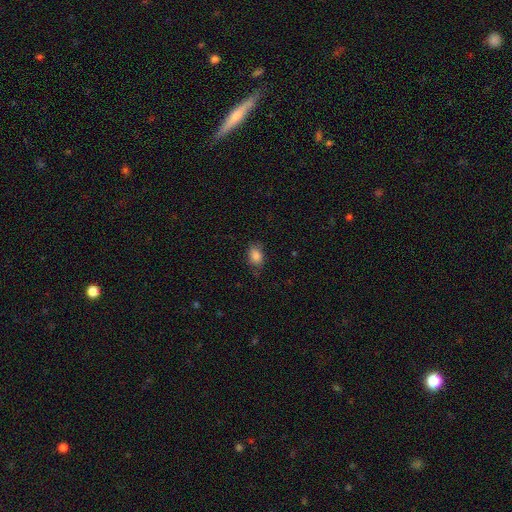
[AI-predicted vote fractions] Smooth or featured? smooth (86%)
How rounded? in between (77%)
Merging? none (75%)